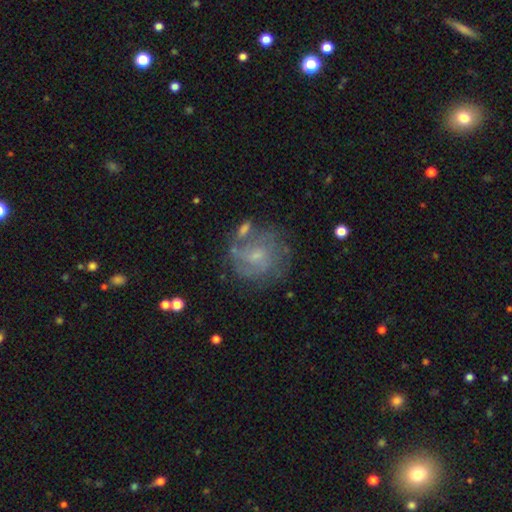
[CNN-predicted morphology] The model was most divided on "spiral winding": tight: 50%, medium: 36%, loose: 14%. Remaining: edge-on disk — no (98%); spiral arms — yes (79%); smooth or featured — featured or disk (67%); merging — none (63%); bar — no (61%); bulge size — small (60%); spiral arm count — can't tell (45%).